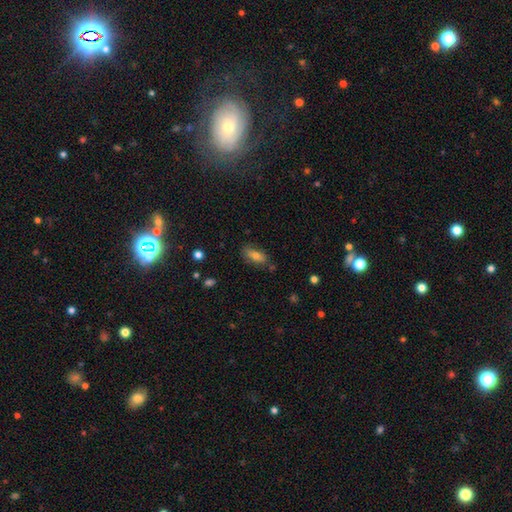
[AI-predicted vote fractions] smooth-or-featured: smooth: 73% | featured or disk: 19% | star or artifact: 8%
  how-rounded: in between: 79% | cigar-shaped: 17% | round: 4%
  merging: none: 73% | minor disturbance: 19% | major disturbance: 4% | merger: 4%